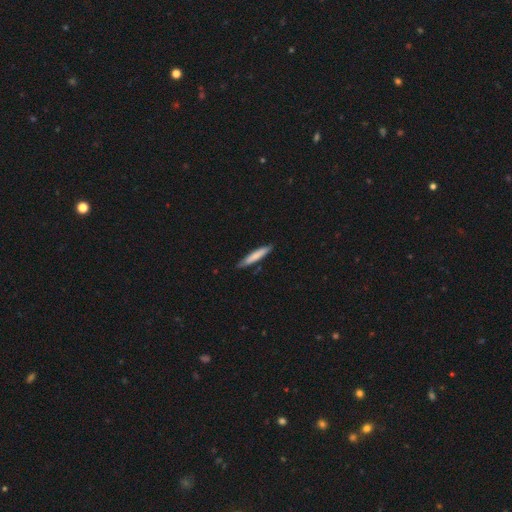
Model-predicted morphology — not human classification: Smooth or featured? smooth (75%)
How rounded? cigar-shaped (92%)
Merging? none (84%)